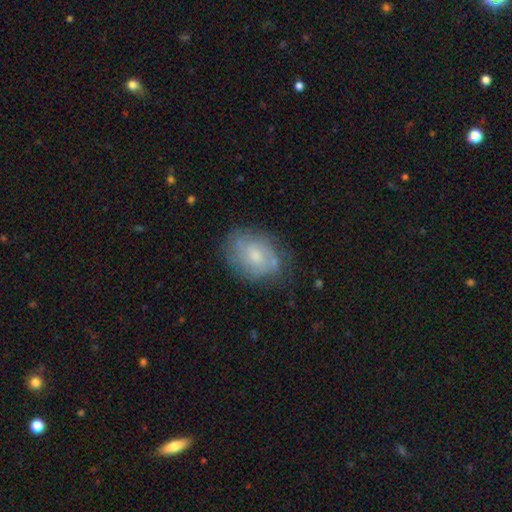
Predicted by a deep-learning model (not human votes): Smooth or featured? smooth (48%)
Merging? none (64%)